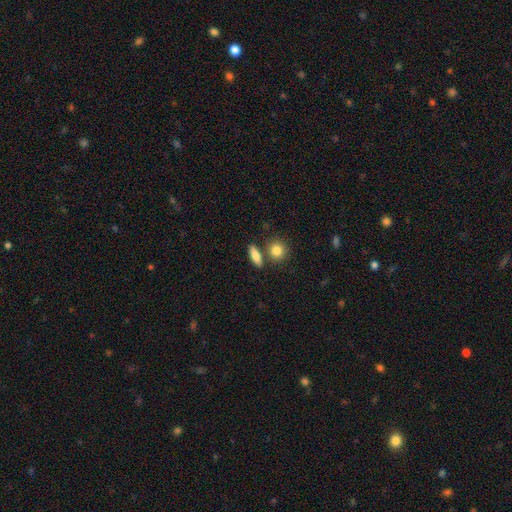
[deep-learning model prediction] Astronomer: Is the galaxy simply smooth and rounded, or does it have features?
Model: smooth — 78%.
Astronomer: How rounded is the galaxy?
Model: in between — 54% (runner-up: cigar-shaped, 32%).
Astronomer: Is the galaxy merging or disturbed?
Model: none — 73%.